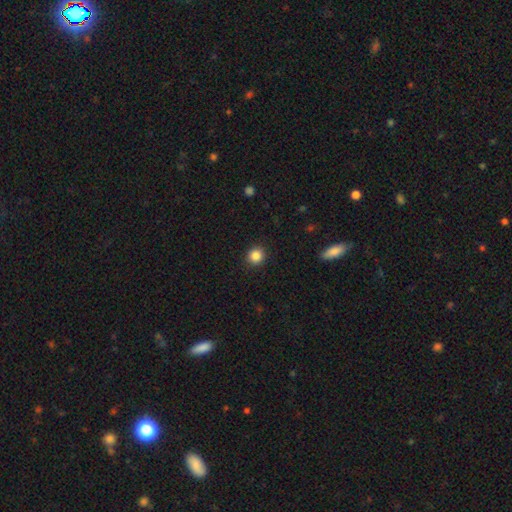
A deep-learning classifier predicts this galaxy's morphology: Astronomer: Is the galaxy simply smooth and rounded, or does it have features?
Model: smooth — 86%.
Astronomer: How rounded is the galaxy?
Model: round — 92%.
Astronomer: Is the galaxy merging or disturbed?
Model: none — 92%.